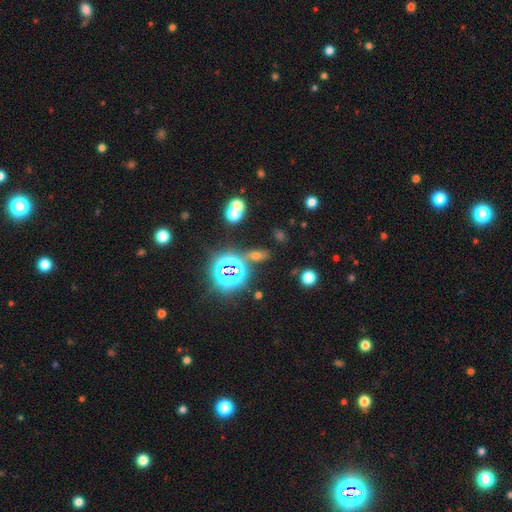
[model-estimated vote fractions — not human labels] Q: Smooth or featured?
A: star or artifact (46%); runner-up: smooth (41%)